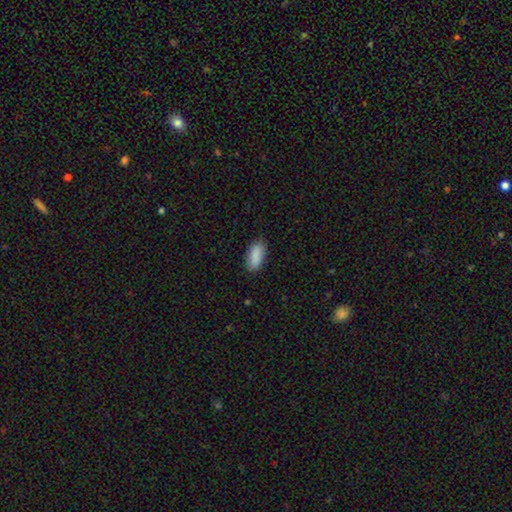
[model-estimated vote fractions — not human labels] smooth 89%, star or artifact 7%, featured or disk 4%. Down the decision tree: how rounded — in between (88%); merging — none (83%).